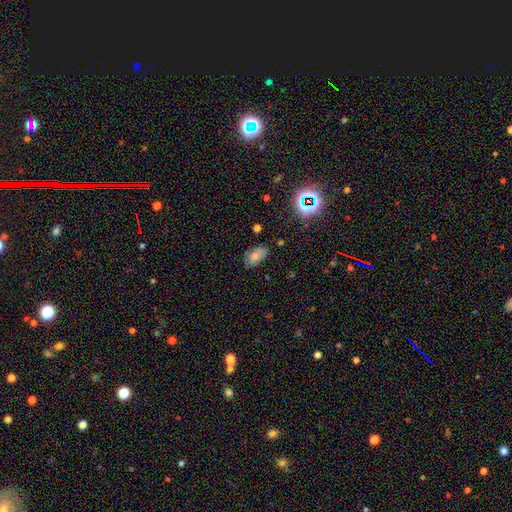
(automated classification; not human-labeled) smooth 71%, star or artifact 15%, featured or disk 15%. Down the decision tree: how rounded — in between (91%); merging — none (69%).